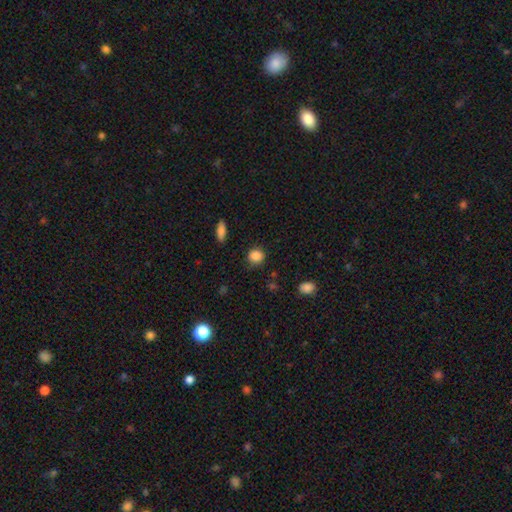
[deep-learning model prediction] This appears to be a smooth galaxy with no disk features (86%) that is round (79%). Merging: none (83%).